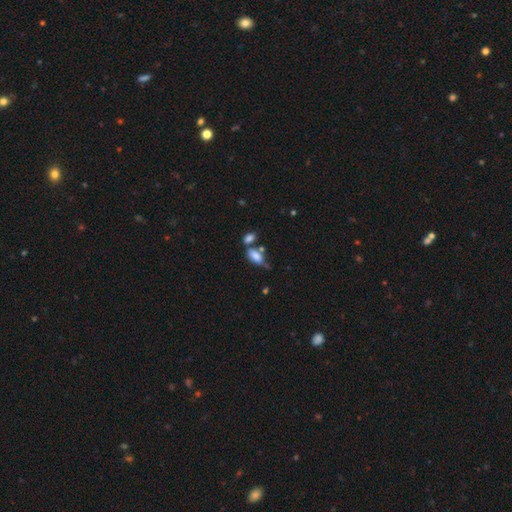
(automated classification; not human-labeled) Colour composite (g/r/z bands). It shows a smooth galaxy with no disk features (78%) that is in between round and cigar-shaped (88%). Merging: none (41%).